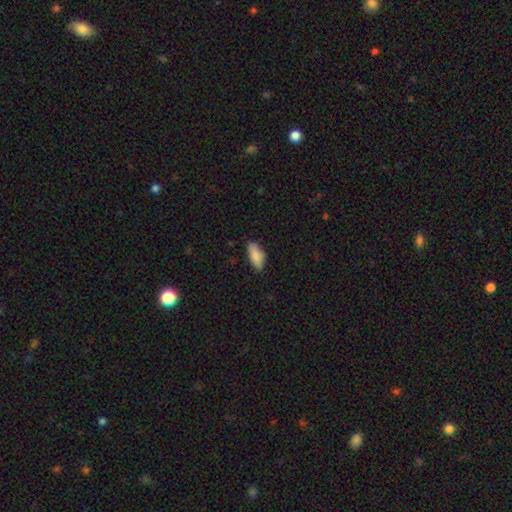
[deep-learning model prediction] This is clearly a smooth galaxy (87%). How rounded: likely in between (80%). Merging: likely none (78%).